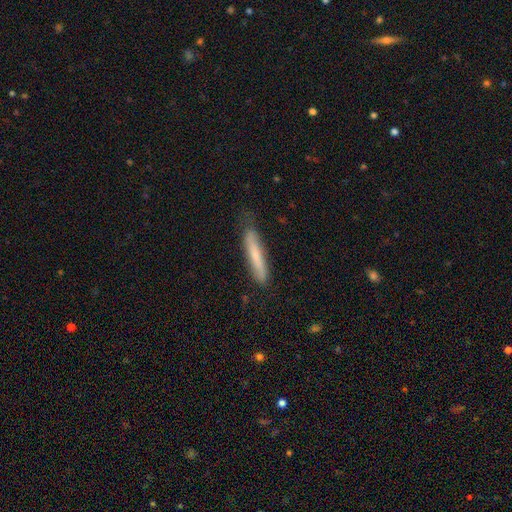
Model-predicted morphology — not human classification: A smooth galaxy with no disk features (65%) that is cigar-shaped (92%).

Vote fractions:
- Smooth or featured? smooth: 65% / featured or disk: 29% / star or artifact: 6%
- How rounded? cigar-shaped: 92% / in between: 7% / round: 1%
- Merging? none: 74% / minor disturbance: 20% / major disturbance: 4% / merger: 2%